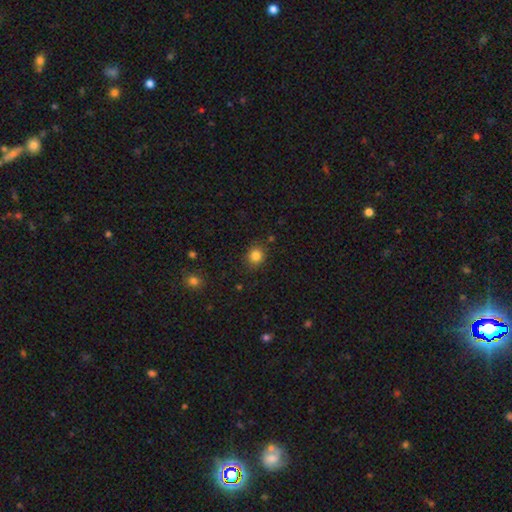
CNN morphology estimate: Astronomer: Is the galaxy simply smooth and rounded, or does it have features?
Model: smooth — 83%.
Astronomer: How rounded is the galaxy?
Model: round — 79%.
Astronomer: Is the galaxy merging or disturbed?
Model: none — 85%.